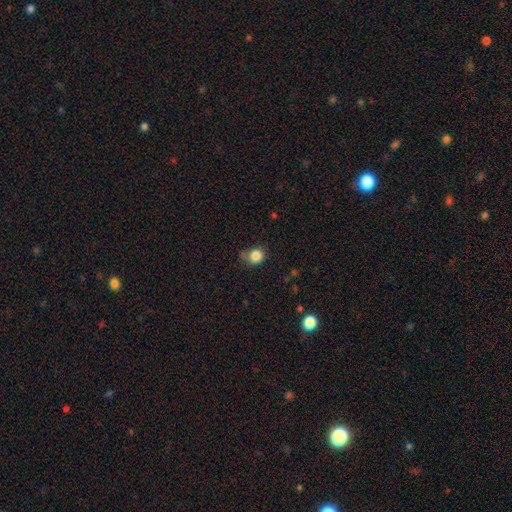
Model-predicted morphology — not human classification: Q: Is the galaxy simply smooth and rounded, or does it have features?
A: smooth — 84%.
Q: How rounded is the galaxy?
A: round — 72%.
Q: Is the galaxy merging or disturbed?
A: none — 53%.